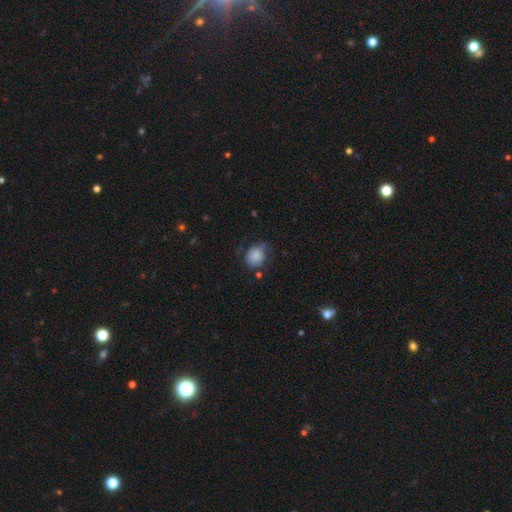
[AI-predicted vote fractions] Smooth or featured? smooth (81%)
How rounded? round (53%)
Merging? none (54%)